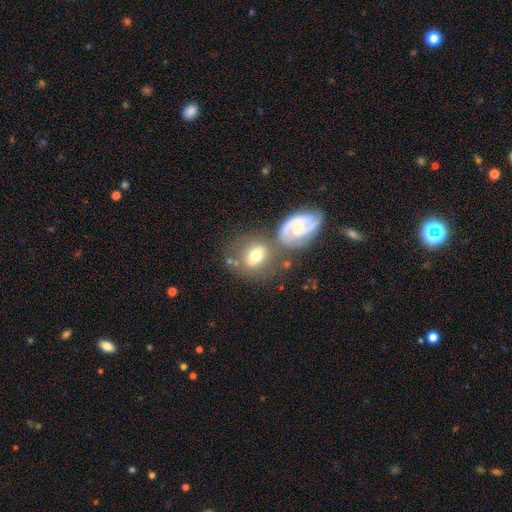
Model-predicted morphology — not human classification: Q: Smooth or featured?
A: smooth (55%); runner-up: featured or disk (37%)
Q: How rounded?
A: in between (57%); runner-up: round (40%)
Q: Merging?
A: none (46%); runner-up: merger (30%)